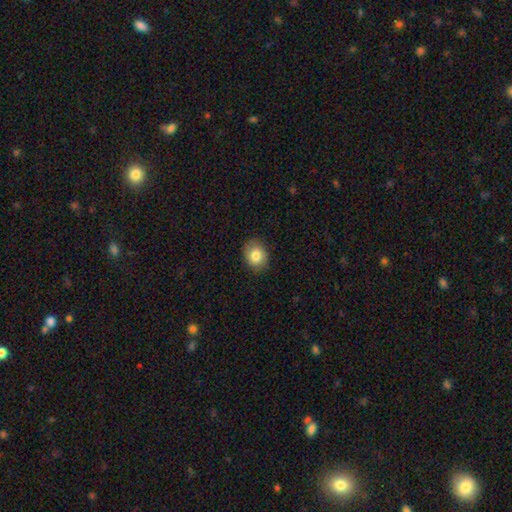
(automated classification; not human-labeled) smooth 83%, featured or disk 8%, star or artifact 8%. Down the decision tree: how rounded — round (50%); merging — none (86%).